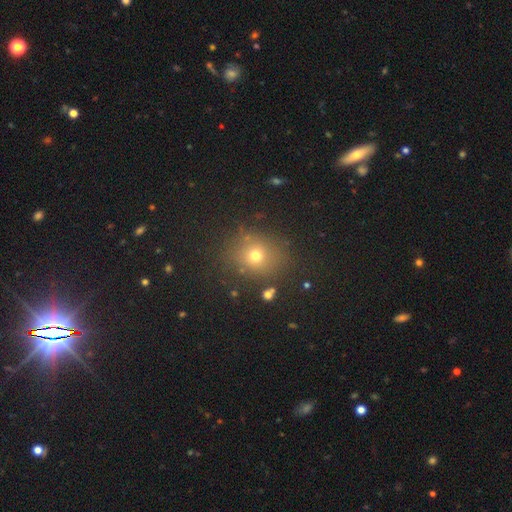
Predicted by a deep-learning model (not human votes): Smooth or featured? Predicted: smooth (p=0.69). How rounded? Predicted: round (p=0.74). Merging? Predicted: none (p=0.81).